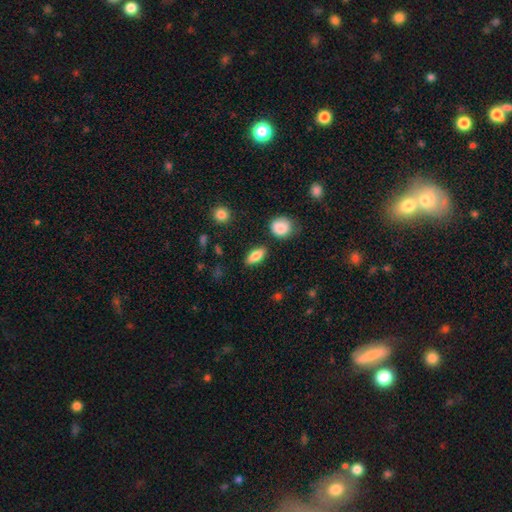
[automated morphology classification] This is likely a smooth galaxy (78%). How rounded: likely in between (79%). Merging: clearly none (86%).